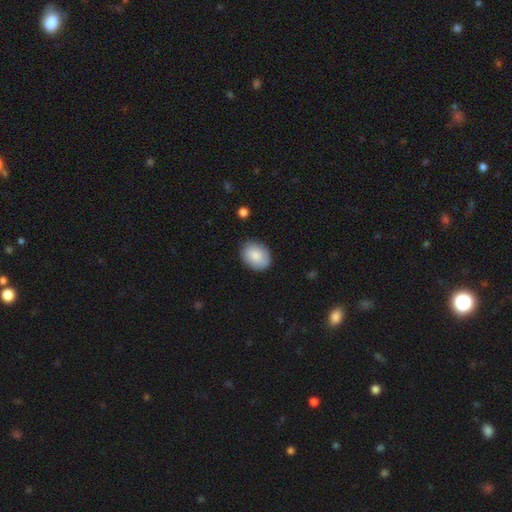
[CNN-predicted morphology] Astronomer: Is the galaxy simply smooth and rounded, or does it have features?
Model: smooth — 86%.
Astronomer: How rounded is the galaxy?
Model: in between — 63%.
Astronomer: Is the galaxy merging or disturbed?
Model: none — 84%.